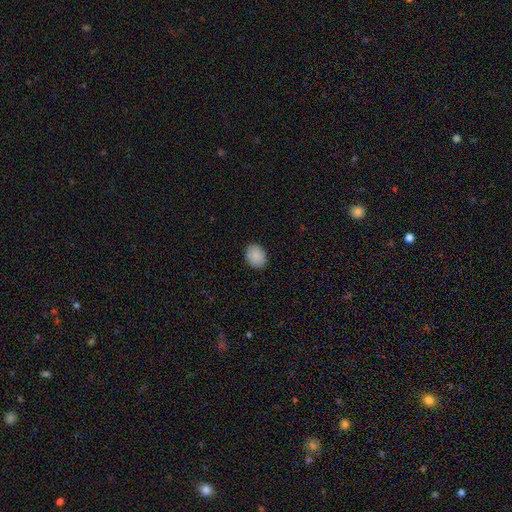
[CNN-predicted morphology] Smooth or featured?
  - smooth: 88% *
  - star or artifact: 7%
  - featured or disk: 4%
How rounded?
  - in between: 50% *
  - round: 49%
  - cigar-shaped: 1%
Merging?
  - none: 89% *
  - minor disturbance: 8%
  - major disturbance: 2%
  - merger: 1%